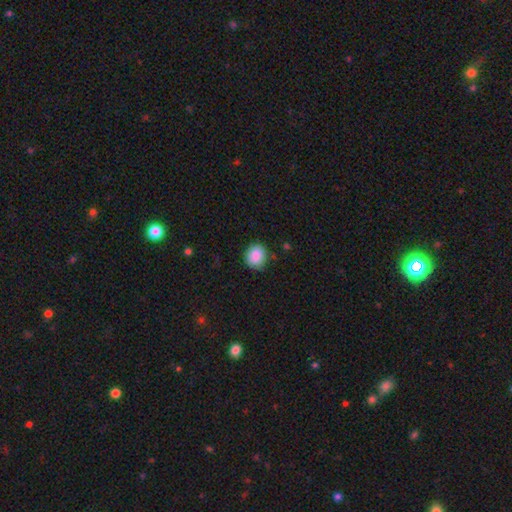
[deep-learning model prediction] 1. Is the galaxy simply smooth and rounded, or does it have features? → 88% smooth, 8% star or artifact, 4% featured or disk.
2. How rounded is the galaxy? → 75% round, 24% in between, 1% cigar-shaped.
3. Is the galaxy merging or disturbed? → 81% none, 14% minor disturbance, 3% major disturbance, 1% merger.